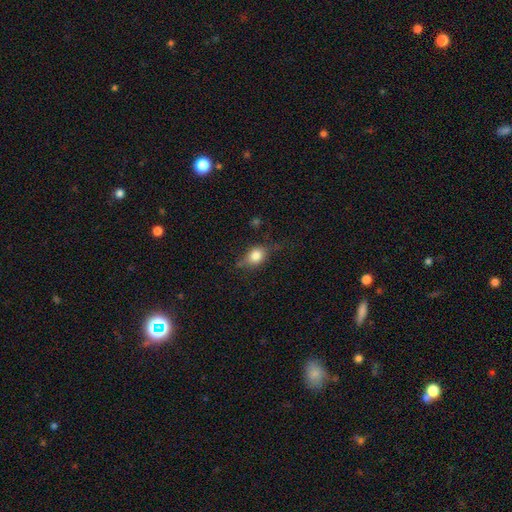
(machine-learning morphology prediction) Q: Smooth or featured?
A: smooth (76%); runner-up: featured or disk (15%)
Q: How rounded?
A: in between (59%); runner-up: round (38%)
Q: Merging?
A: none (58%); runner-up: minor disturbance (28%)